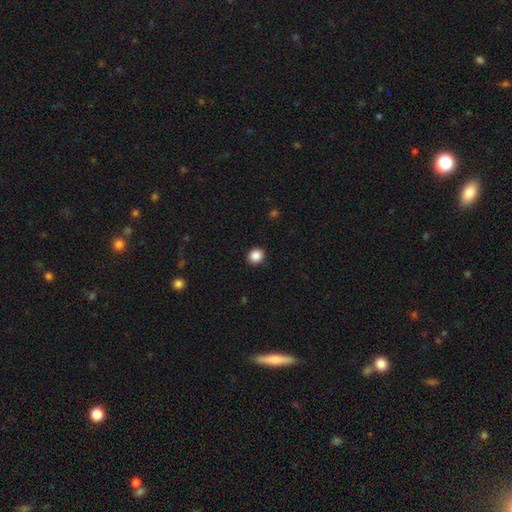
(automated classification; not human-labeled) Smooth or featured? Predicted: smooth (p=0.87). How rounded? Predicted: round (p=0.80). Merging? Predicted: none (p=0.91).